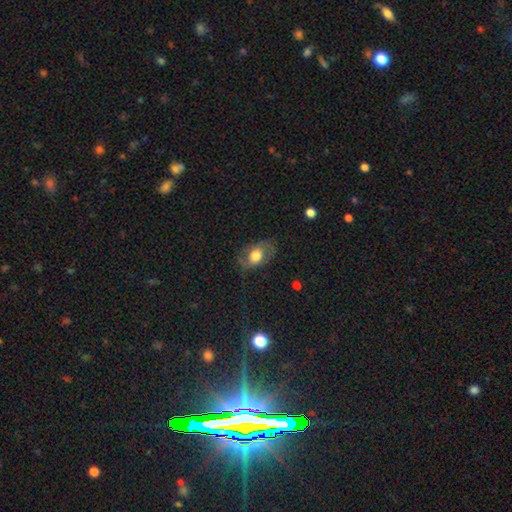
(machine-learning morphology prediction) A smooth galaxy with no disk features (55%) that is in between round and cigar-shaped (80%). Merging: none (63%).